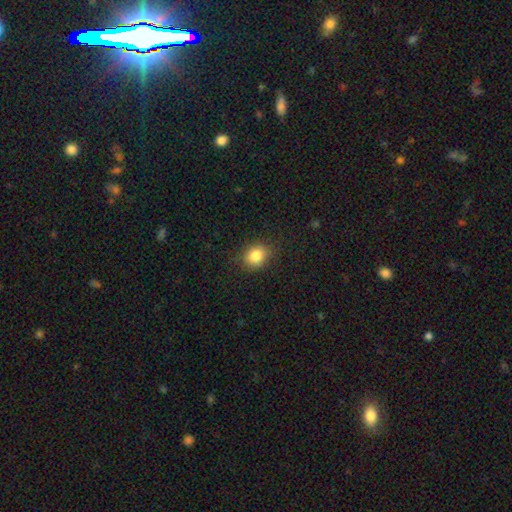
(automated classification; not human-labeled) smooth_or_featured: smooth (p=0.84) [alt: star or artifact p=0.10]
how_rounded: round (p=0.63) [alt: in between p=0.36]
merging: none (p=0.85) [alt: minor disturbance p=0.11]